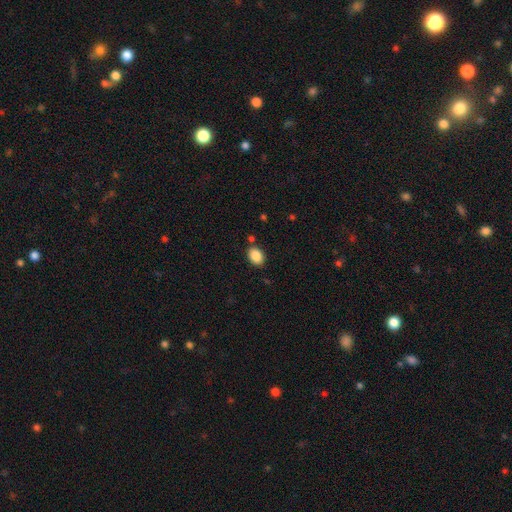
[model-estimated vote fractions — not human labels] Overall: smooth (88%). How rounded: in between (76%). Merging: none (81%).